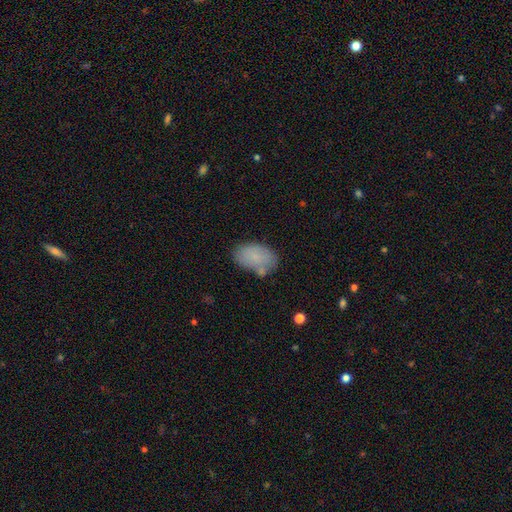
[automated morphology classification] The model was most divided on "merging": none: 72%, minor disturbance: 18%, merger: 5%, major disturbance: 5%. More confident: how rounded — in between (92%); smooth or featured — smooth (76%).